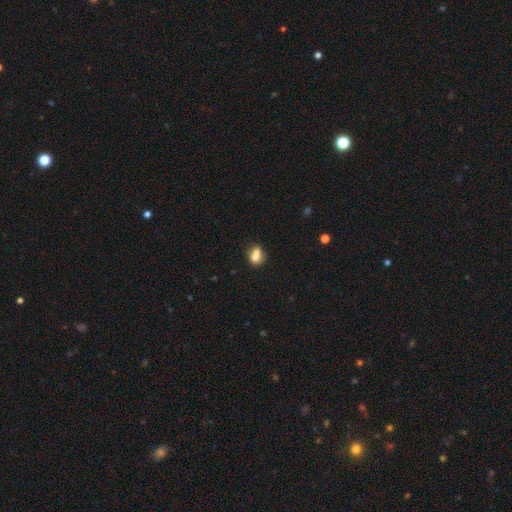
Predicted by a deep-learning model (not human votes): Morphology: type=smooth (71%); roundness=round (56%); merging=merger (47%).